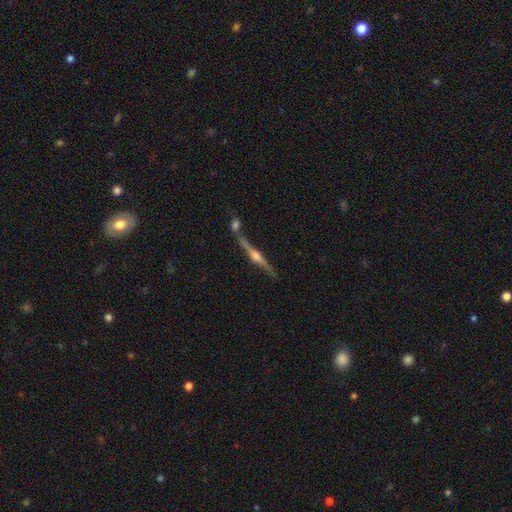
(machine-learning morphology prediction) Smooth or featured? Predicted: featured or disk (p=0.86). Edge-on disk? Predicted: yes (p=0.98). Edge-on bulge? Predicted: rounded (p=0.93). Merging? Predicted: none (p=0.72).